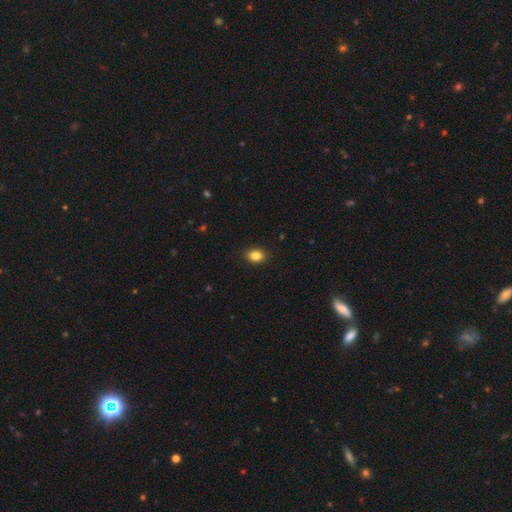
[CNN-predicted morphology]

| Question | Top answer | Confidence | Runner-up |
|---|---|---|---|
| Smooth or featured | smooth | 85% | star or artifact (10%) |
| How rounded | in between | 64% | round (35%) |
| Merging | none | 88% | minor disturbance (9%) |